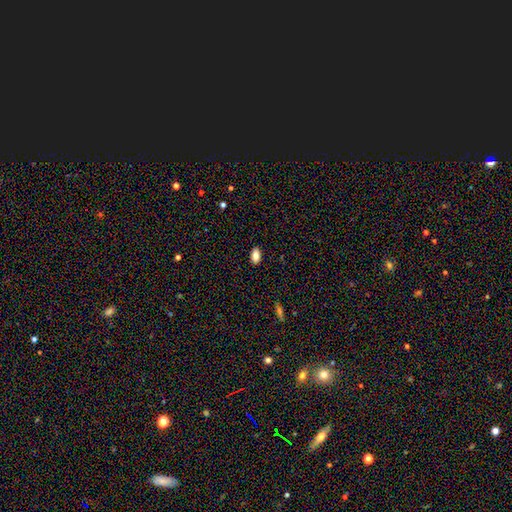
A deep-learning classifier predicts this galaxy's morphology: Q: Smooth or featured?
A: smooth (83%); runner-up: featured or disk (9%)
Q: How rounded?
A: in between (91%); runner-up: round (5%)
Q: Merging?
A: none (89%); runner-up: minor disturbance (8%)